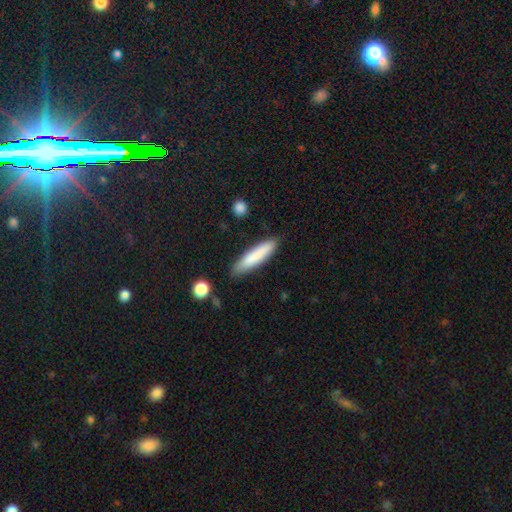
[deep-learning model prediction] This is clearly a smooth galaxy (82%). How rounded: clearly cigar-shaped (83%). Merging: clearly none (85%).